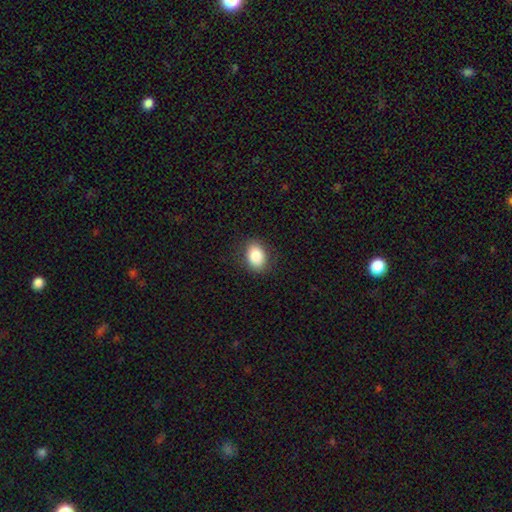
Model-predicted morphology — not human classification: A smooth galaxy with no disk features (86%) that is in between round and cigar-shaped (76%). Merging: none (85%).